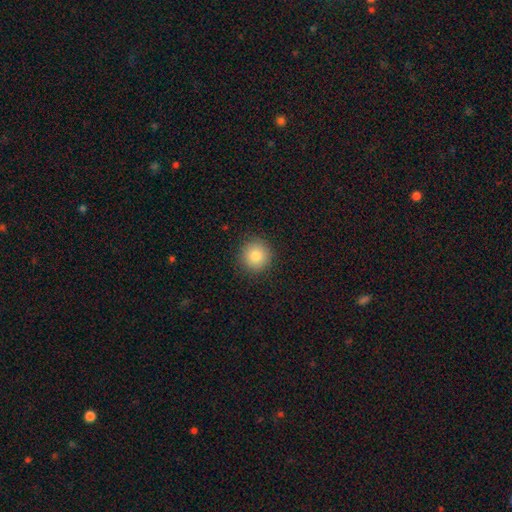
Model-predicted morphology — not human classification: This appears to be a smooth galaxy with no disk features (83%) that is round (94%). Merging: none (91%).